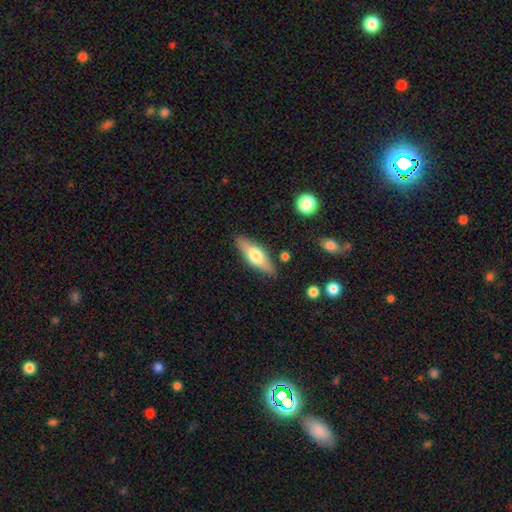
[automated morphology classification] Q: Smooth or featured?
A: smooth (57%); runner-up: featured or disk (37%)
Q: How rounded?
A: in between (58%); runner-up: cigar-shaped (39%)
Q: Merging?
A: none (85%); runner-up: minor disturbance (10%)